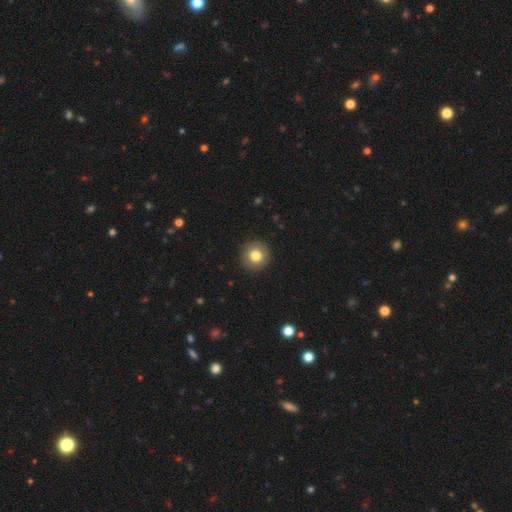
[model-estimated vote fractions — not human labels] A smooth galaxy with no disk features (81%) that is round (94%).

Vote fractions:
- Smooth or featured? smooth: 81% / featured or disk: 9% / star or artifact: 9%
- How rounded? round: 94% / in between: 5% / cigar-shaped: 1%
- Merging? none: 92% / minor disturbance: 5% / major disturbance: 2% / merger: 1%